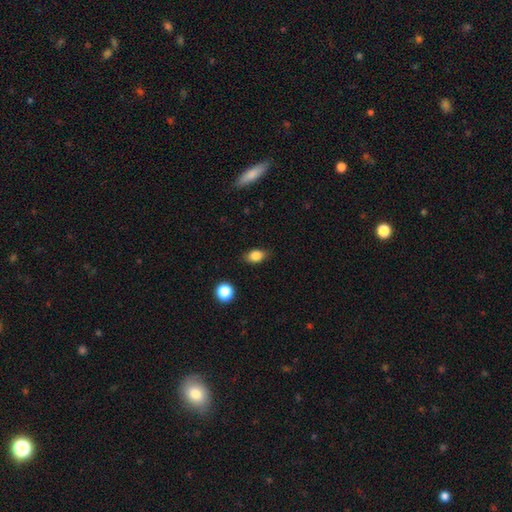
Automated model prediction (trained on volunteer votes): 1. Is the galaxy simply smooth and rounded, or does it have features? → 83% smooth, 9% star or artifact, 7% featured or disk.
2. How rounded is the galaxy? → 80% in between, 17% round, 2% cigar-shaped.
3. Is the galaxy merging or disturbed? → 83% none, 13% minor disturbance, 3% major disturbance, 1% merger.